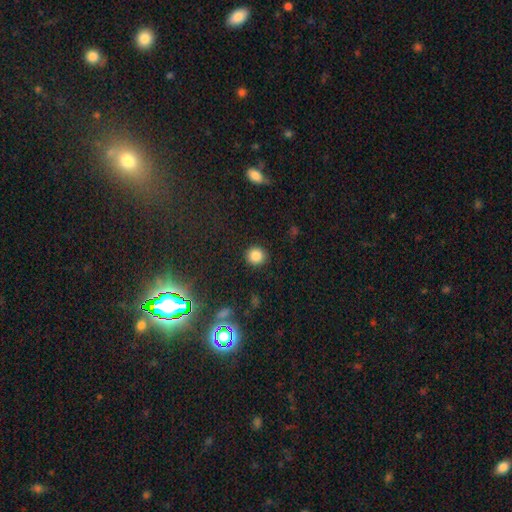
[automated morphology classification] Overall: smooth (83%). How rounded: round (91%). Merging: none (91%).